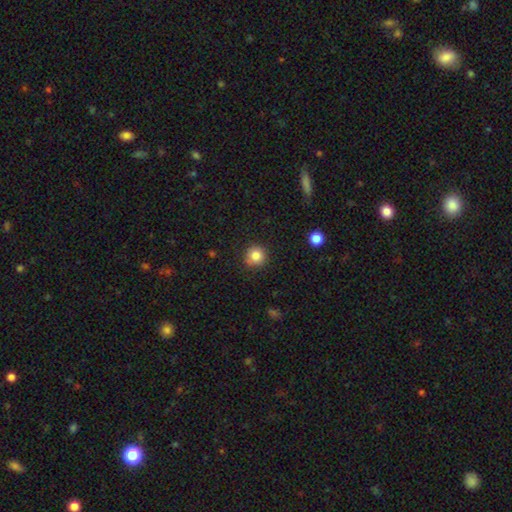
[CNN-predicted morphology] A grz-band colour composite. It shows a smooth galaxy with no disk features (84%) that is round (92%). Merging: none (85%).